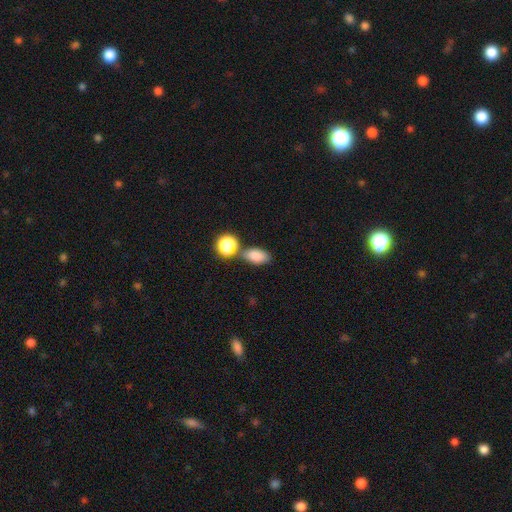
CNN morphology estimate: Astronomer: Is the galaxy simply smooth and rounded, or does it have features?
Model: smooth — 83%.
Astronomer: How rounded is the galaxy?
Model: in between — 86%.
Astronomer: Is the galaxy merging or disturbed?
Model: none — 65%.